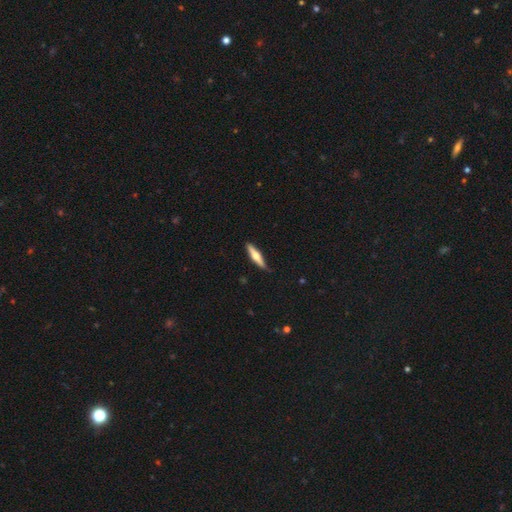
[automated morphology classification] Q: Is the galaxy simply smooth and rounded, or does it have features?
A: featured or disk — 50%.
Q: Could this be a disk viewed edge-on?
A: yes — 94%.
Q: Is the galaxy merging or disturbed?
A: none — 80%.